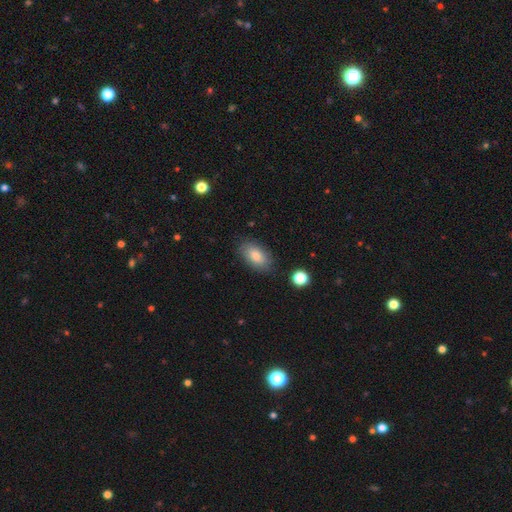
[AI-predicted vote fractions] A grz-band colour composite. It shows a smooth galaxy with no disk features (81%) that is in between round and cigar-shaped (92%). Merging: none (84%).